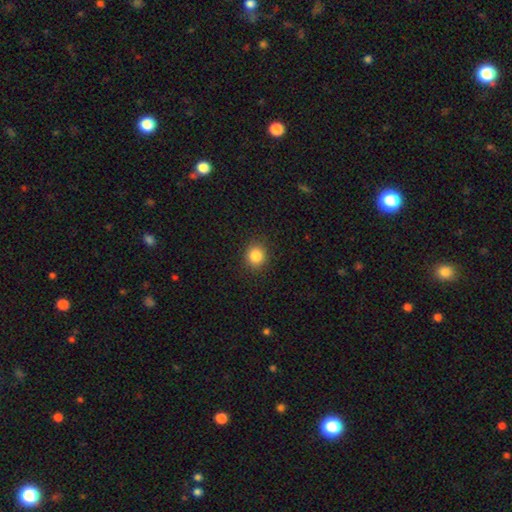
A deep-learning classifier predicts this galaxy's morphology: smooth-or-featured: smooth: 85% | star or artifact: 11% | featured or disk: 5%
  how-rounded: round: 84% | in between: 15% | cigar-shaped: 1%
  merging: none: 90% | minor disturbance: 7% | major disturbance: 2% | merger: 1%